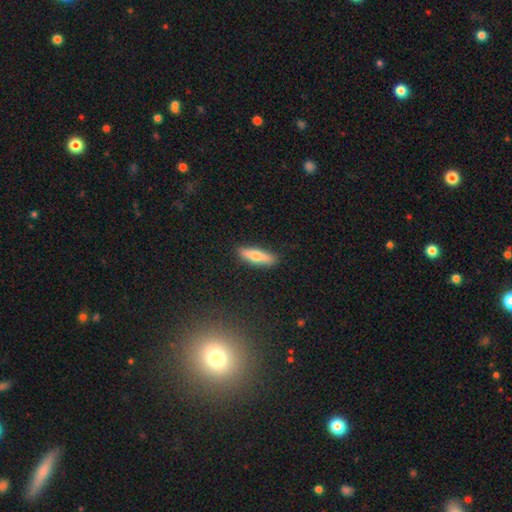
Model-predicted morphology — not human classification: A smooth galaxy with no disk features (64%) that is cigar-shaped (69%).

Vote fractions:
- Smooth or featured? smooth: 64% / featured or disk: 30% / star or artifact: 6%
- How rounded? cigar-shaped: 69% / in between: 29% / round: 2%
- Merging? none: 88% / minor disturbance: 8% / major disturbance: 2% / merger: 1%